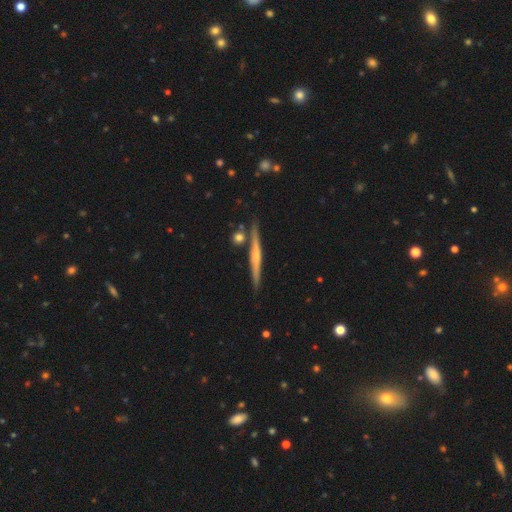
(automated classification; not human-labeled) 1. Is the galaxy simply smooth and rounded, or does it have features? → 70% featured or disk, 24% smooth, 6% star or artifact.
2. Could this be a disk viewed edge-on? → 97% yes, 3% no.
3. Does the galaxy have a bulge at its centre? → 61% rounded, 32% none, 7% boxy.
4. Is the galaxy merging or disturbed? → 87% none, 8% minor disturbance, 4% merger, 2% major disturbance.